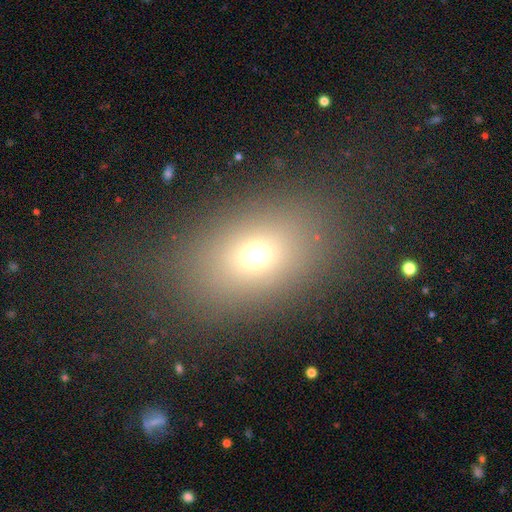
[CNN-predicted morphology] Smooth or featured?
  - smooth: 67% *
  - star or artifact: 19%
  - featured or disk: 14%
How rounded?
  - in between: 70% *
  - round: 29%
  - cigar-shaped: 2%
Merging?
  - none: 80% *
  - minor disturbance: 10%
  - major disturbance: 8%
  - merger: 2%